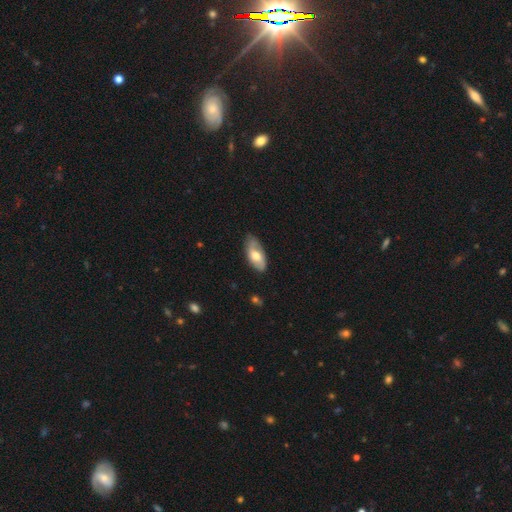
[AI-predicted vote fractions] smooth-or-featured: smooth: 55% | featured or disk: 39% | star or artifact: 6%
  how-rounded: in between: 90% | cigar-shaped: 7% | round: 3%
  merging: none: 72% | minor disturbance: 22% | major disturbance: 4% | merger: 1%